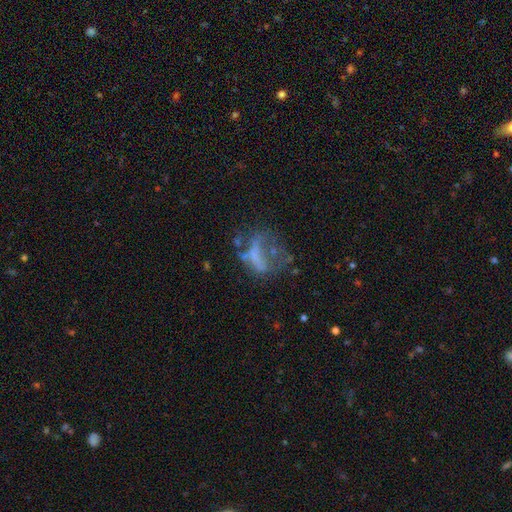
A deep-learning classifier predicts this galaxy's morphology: Overall: featured or disk (48%; smooth 33%). Merging: major disturbance (42%; none 29%).